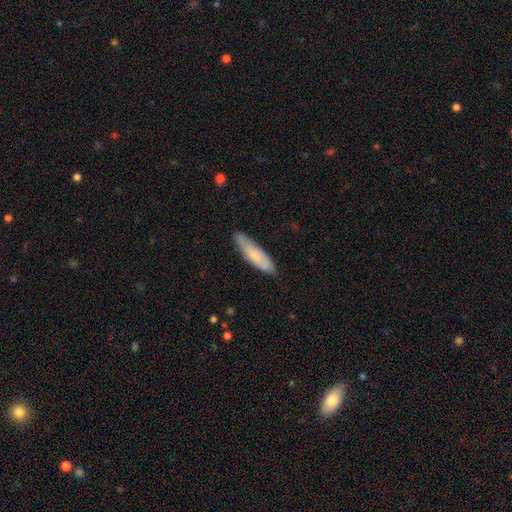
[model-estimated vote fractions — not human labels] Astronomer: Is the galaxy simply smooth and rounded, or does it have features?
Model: smooth — 72%.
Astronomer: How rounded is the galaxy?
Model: cigar-shaped — 75%.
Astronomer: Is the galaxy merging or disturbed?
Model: none — 82%.